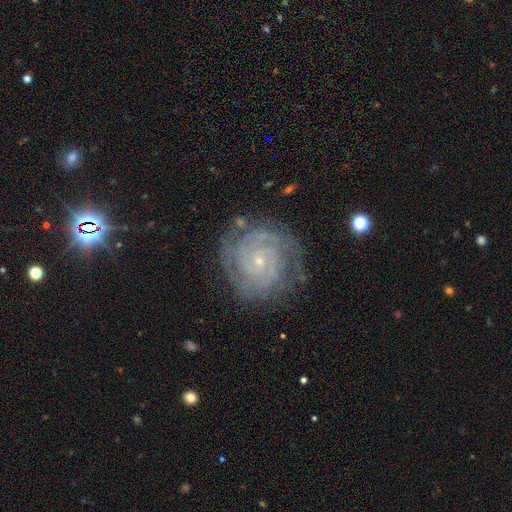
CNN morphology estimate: Smooth or featured? featured or disk (86%)
Edge-on disk? no (98%)
Bar? no (71%)
Spiral arms? yes (98%)
Spiral winding? tight (81%)
Spiral arm count? 2 (32%)
Bulge size? small (83%)
Merging? none (79%)